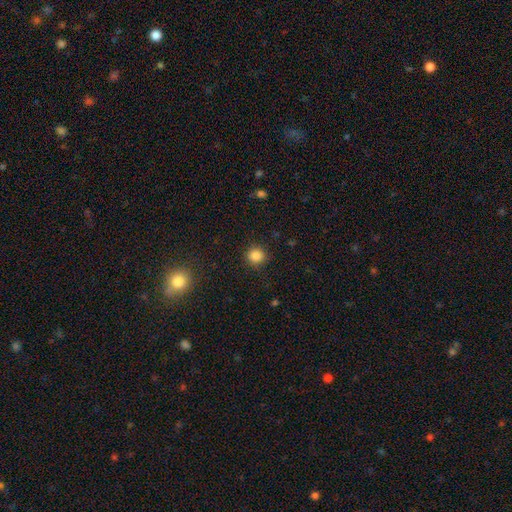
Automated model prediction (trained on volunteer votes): Overall: smooth (86%). How rounded: round (90%). Merging: none (88%).